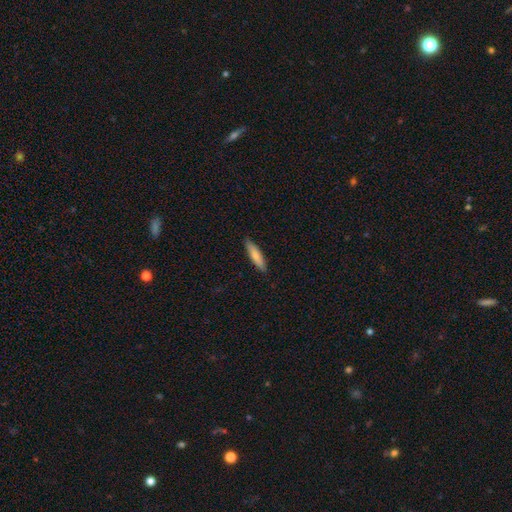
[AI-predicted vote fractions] Smooth or featured? Predicted: smooth (p=0.78). How rounded? Predicted: cigar-shaped (p=0.79). Merging? Predicted: none (p=0.88).